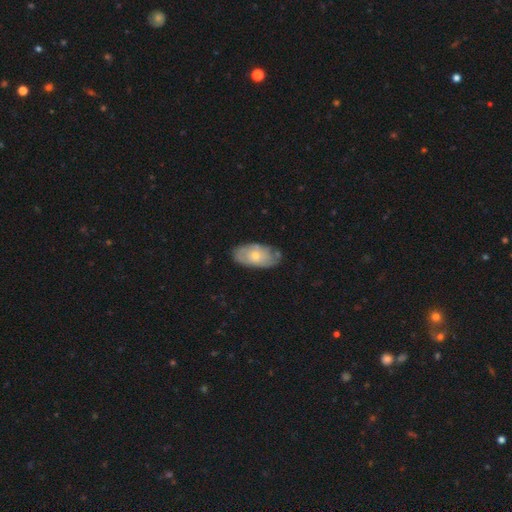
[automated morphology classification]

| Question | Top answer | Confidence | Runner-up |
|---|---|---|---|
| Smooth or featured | featured or disk | 56% | smooth (38%) |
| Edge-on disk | no | 93% | yes (7%) |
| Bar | no | 82% | weak (16%) |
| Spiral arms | yes | 71% | no (29%) |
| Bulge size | small | 49% | moderate (46%) |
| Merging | none | 70% | minor disturbance (23%) |